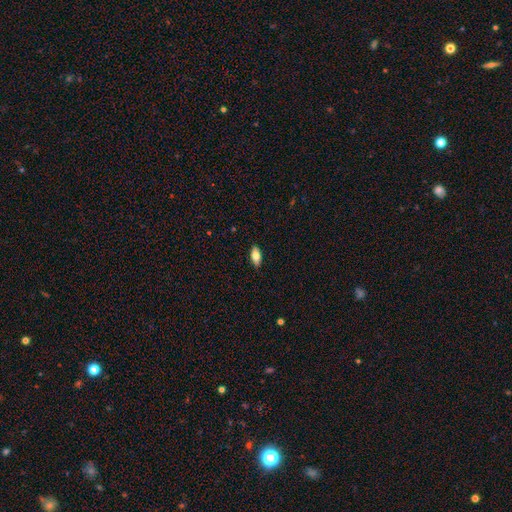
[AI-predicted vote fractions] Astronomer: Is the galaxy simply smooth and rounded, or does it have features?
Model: smooth — 81%.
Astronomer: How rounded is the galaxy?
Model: in between — 88%.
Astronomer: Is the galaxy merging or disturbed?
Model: none — 88%.